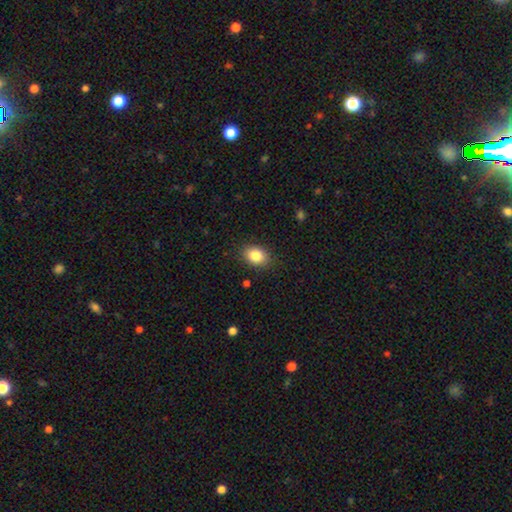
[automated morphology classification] The model was most divided on "how rounded": in between: 70%, round: 29%, cigar-shaped: 1%. More confident: merging — none (87%); smooth or featured — smooth (84%).